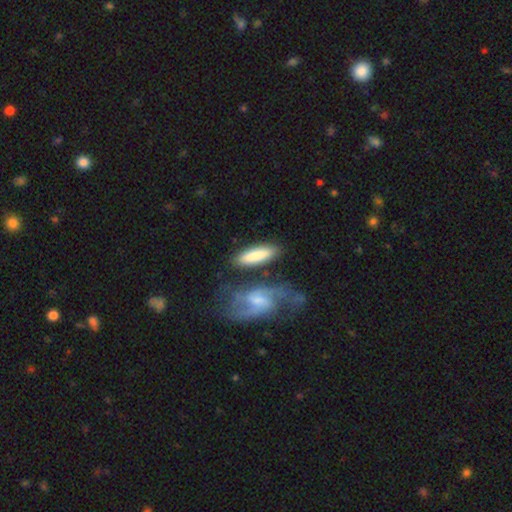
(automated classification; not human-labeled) This is likely a smooth galaxy (76%). How rounded: possibly cigar-shaped (57%). Merging: likely none (66%).